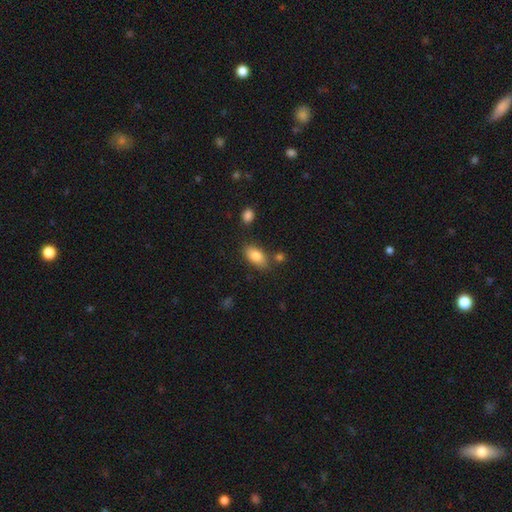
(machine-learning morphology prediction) This appears to be a smooth galaxy with no disk features (83%) that is in between round and cigar-shaped (91%). Merging: none (76%).